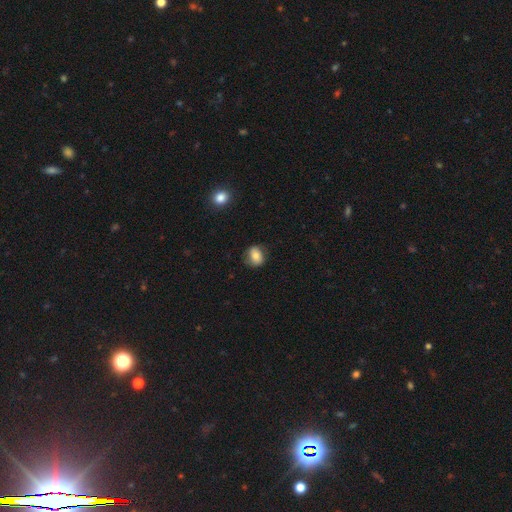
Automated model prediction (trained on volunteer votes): Smooth or featured?
  - smooth: 78% *
  - featured or disk: 13%
  - star or artifact: 9%
How rounded?
  - in between: 54% *
  - round: 44%
  - cigar-shaped: 1%
Merging?
  - none: 76% *
  - minor disturbance: 18%
  - major disturbance: 5%
  - merger: 1%